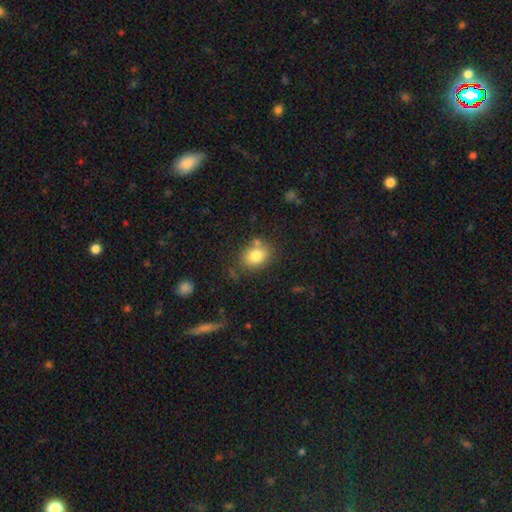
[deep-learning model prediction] Smooth or featured? smooth (80%)
How rounded? in between (60%)
Merging? none (71%)